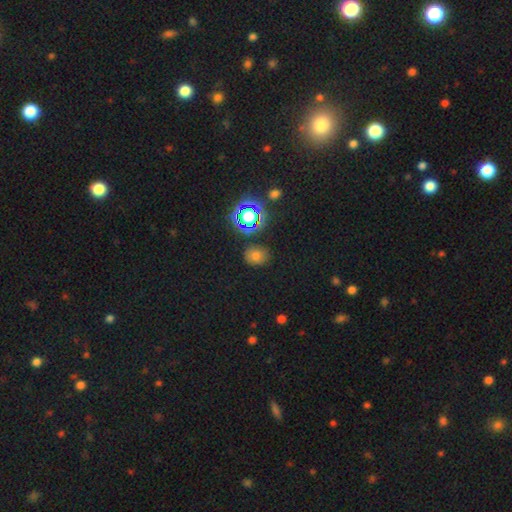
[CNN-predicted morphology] Smooth or featured?
  - smooth: 64% *
  - star or artifact: 28%
  - featured or disk: 8%
How rounded?
  - round: 61% *
  - in between: 37%
  - cigar-shaped: 1%
Merging?
  - none: 81% *
  - minor disturbance: 12%
  - major disturbance: 4%
  - merger: 3%